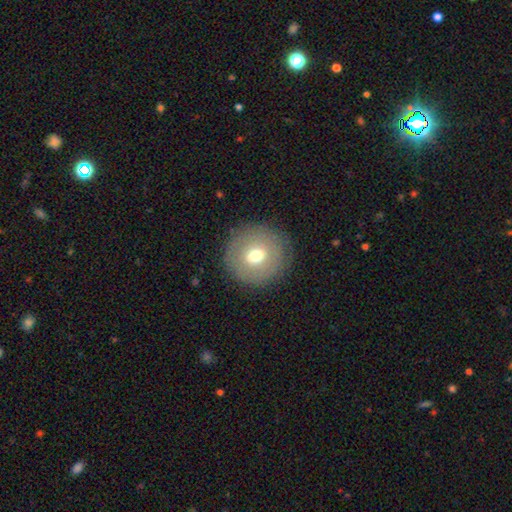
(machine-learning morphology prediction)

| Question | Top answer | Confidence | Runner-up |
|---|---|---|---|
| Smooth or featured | smooth | 62% | featured or disk (26%) |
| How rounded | round | 94% | in between (5%) |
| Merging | none | 90% | minor disturbance (7%) |